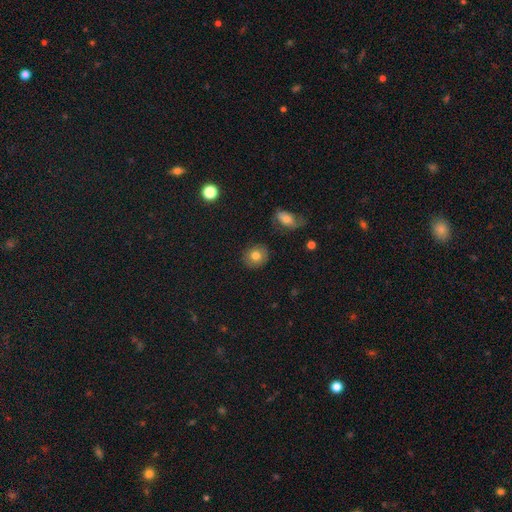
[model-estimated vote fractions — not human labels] This appears to be a smooth galaxy with no disk features (76%) that is round (81%). Merging: none (85%).